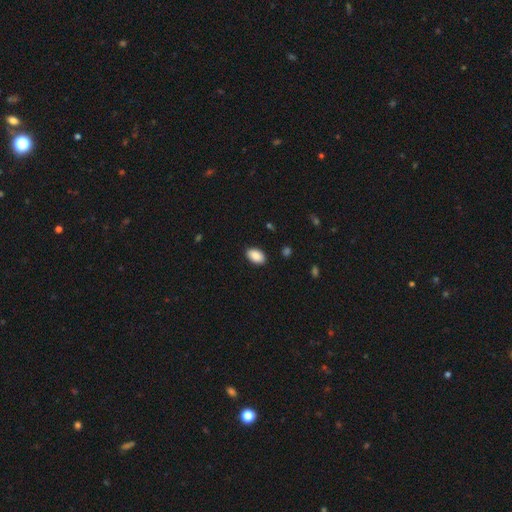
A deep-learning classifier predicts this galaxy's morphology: Smooth or featured? smooth (89%)
How rounded? in between (92%)
Merging? none (89%)